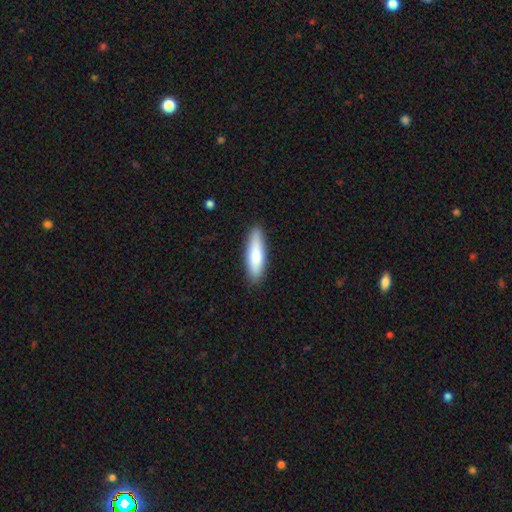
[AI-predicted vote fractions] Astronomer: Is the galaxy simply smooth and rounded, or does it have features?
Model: smooth — 78%.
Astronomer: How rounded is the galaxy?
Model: cigar-shaped — 61% (runner-up: in between, 37%).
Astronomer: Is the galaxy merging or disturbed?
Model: none — 87%.